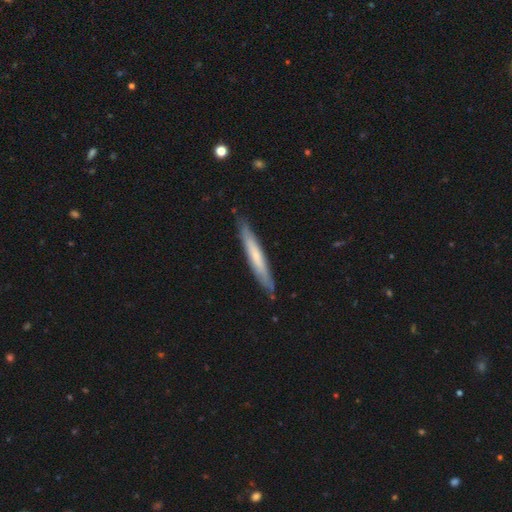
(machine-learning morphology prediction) A smooth galaxy with no disk features (54%) that is cigar-shaped (95%).

Vote fractions:
- Smooth or featured? smooth: 54% / featured or disk: 41% / star or artifact: 5%
- How rounded? cigar-shaped: 95% / in between: 4% / round: 1%
- Merging? none: 86% / minor disturbance: 11% / major disturbance: 2% / merger: 1%